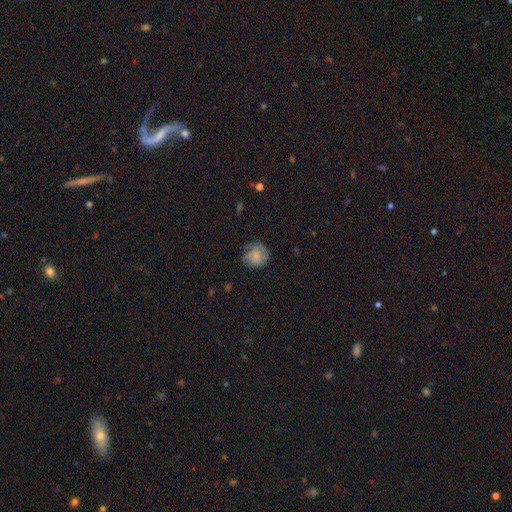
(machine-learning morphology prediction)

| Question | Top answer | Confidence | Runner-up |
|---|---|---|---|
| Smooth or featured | smooth | 68% | featured or disk (22%) |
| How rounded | round | 82% | in between (17%) |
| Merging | none | 65% | minor disturbance (24%) |